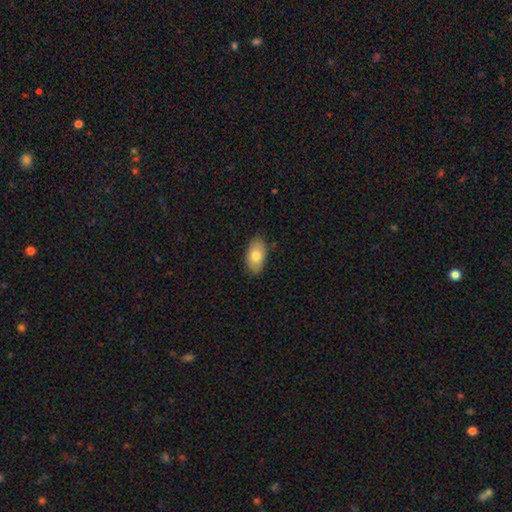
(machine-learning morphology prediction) Smooth or featured? Predicted: smooth (p=0.77). How rounded? Predicted: in between (p=0.93). Merging? Predicted: none (p=0.82).